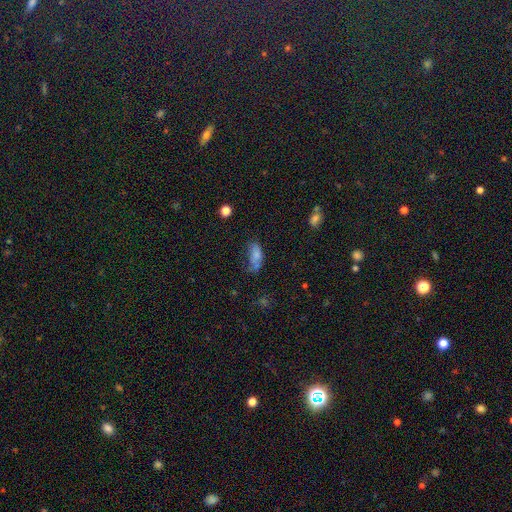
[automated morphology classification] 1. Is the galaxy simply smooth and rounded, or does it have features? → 72% smooth, 16% featured or disk, 12% star or artifact.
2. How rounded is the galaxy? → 86% in between, 9% cigar-shaped, 4% round.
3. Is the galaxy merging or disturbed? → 39% none, 30% minor disturbance, 21% major disturbance, 10% merger.